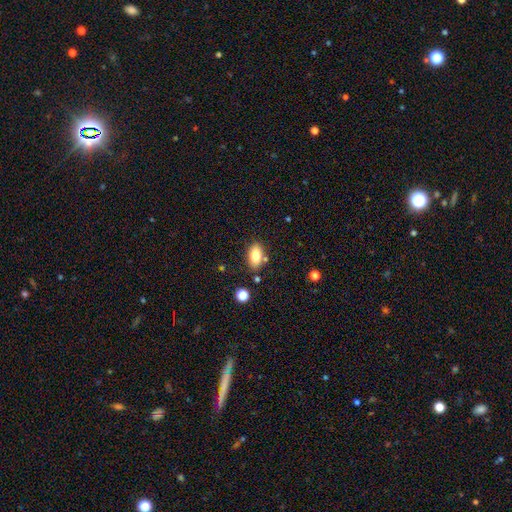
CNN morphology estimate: This is clearly a smooth galaxy (82%). How rounded: clearly in between (90%). Merging: likely none (78%).